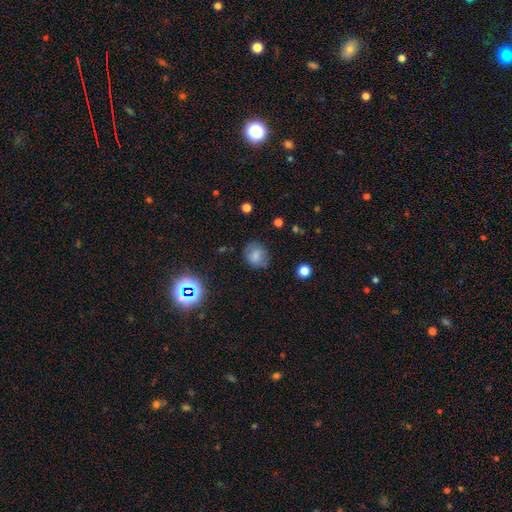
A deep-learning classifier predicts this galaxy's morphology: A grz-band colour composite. It shows a smooth galaxy with no disk features (75%) that is round (64%). Merging: none (75%).